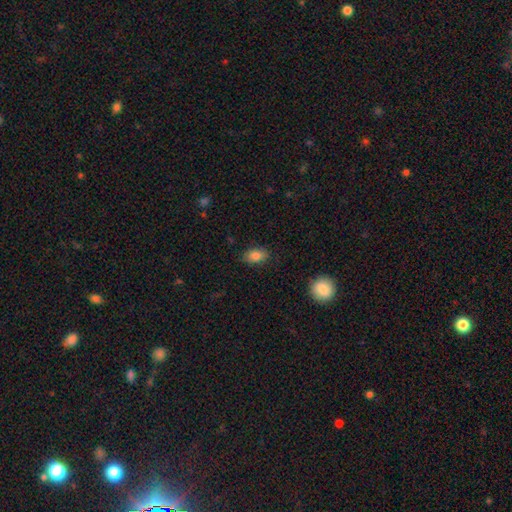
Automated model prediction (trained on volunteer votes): smooth-or-featured: smooth: 85% | star or artifact: 9% | featured or disk: 6%
  how-rounded: in between: 87% | round: 11% | cigar-shaped: 2%
  merging: none: 84% | minor disturbance: 12% | major disturbance: 3% | merger: 1%